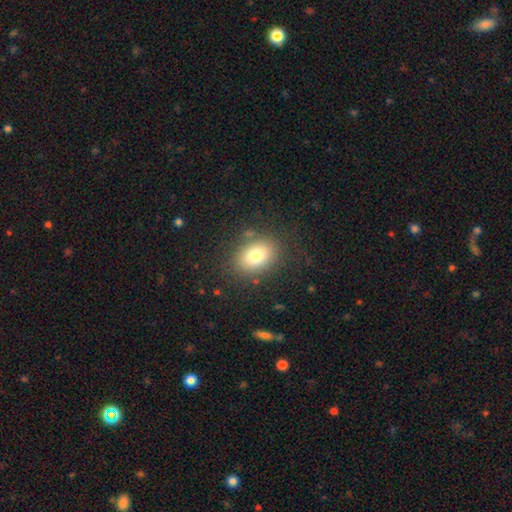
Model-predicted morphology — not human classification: The model was most divided on "how rounded": in between: 70%, round: 29%, cigar-shaped: 1%. More confident: merging — none (82%); smooth or featured — smooth (77%).